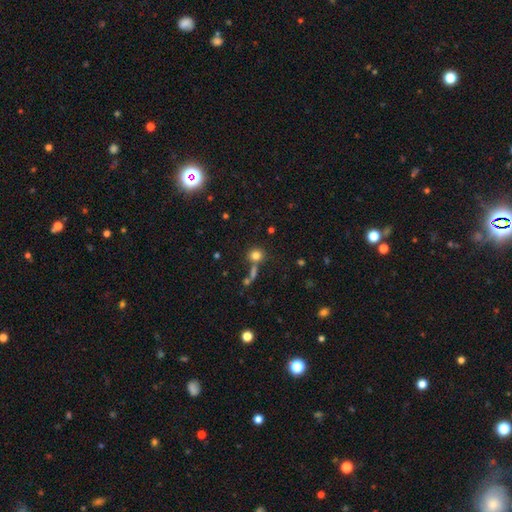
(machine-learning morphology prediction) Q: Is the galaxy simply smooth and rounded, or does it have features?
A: smooth — 79%.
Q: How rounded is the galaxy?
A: round — 83%.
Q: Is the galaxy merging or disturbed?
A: none — 66%.